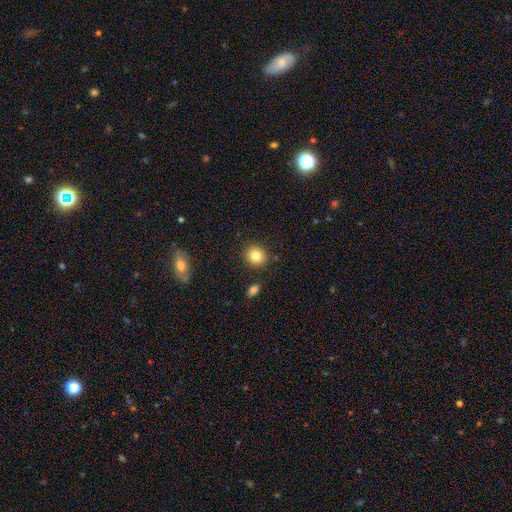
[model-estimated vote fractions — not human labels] This appears to be a smooth galaxy with no disk features (83%) that is round (83%). Merging: none (87%).